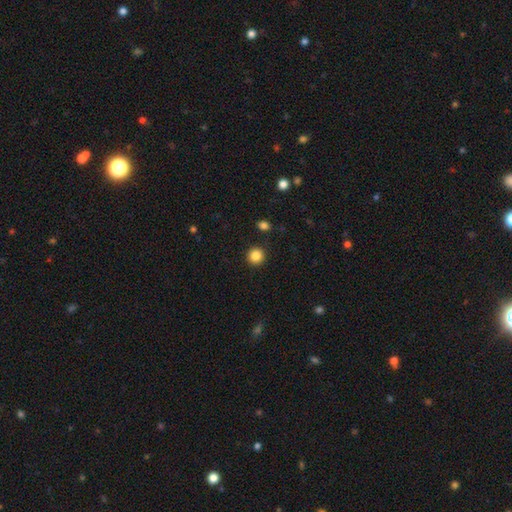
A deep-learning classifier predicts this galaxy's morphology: smooth-or-featured: smooth: 86% | star or artifact: 11% | featured or disk: 4%
  how-rounded: round: 94% | in between: 5% | cigar-shaped: 1%
  merging: none: 92% | minor disturbance: 5% | major disturbance: 2% | merger: 2%